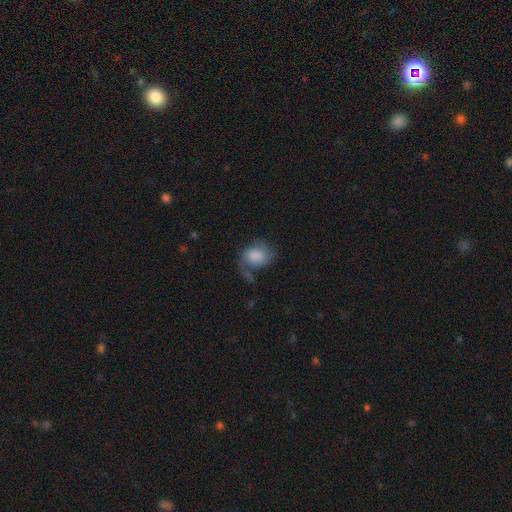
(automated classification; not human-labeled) Smooth or featured? Predicted: smooth (p=0.61). How rounded? Predicted: in between (p=0.62). Merging? Predicted: major disturbance (p=0.36).